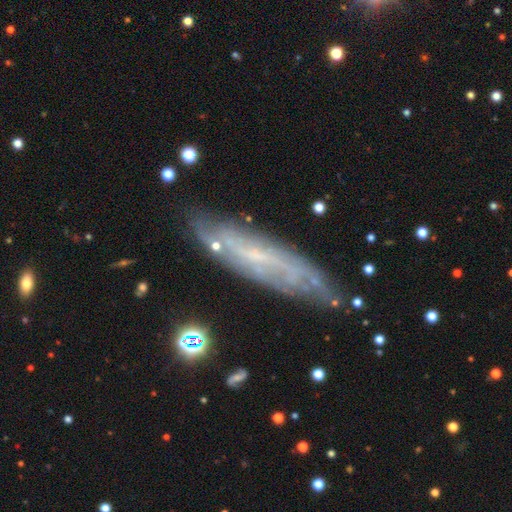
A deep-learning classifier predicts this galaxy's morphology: Smooth or featured?
  - featured or disk: 70% *
  - smooth: 21%
  - star or artifact: 8%
Edge-on disk?
  - no: 61% *
  - yes: 39%
Merging?
  - none: 74% *
  - minor disturbance: 18%
  - major disturbance: 5%
  - merger: 3%